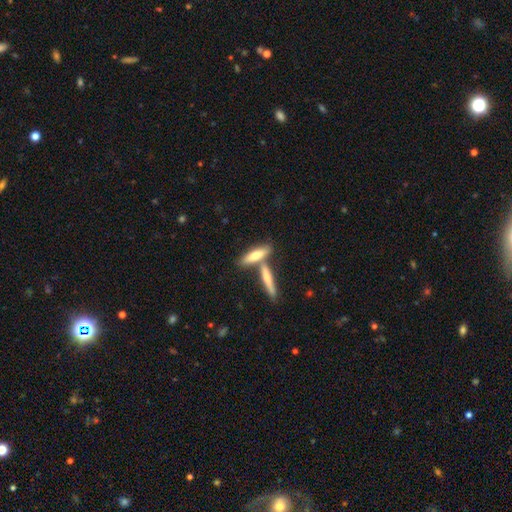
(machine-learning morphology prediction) Smooth or featured: smooth — 64% (featured or disk — 30%)
How rounded: cigar-shaped — 68% (in between — 29%)
Merging: none — 51% (merger — 37%)